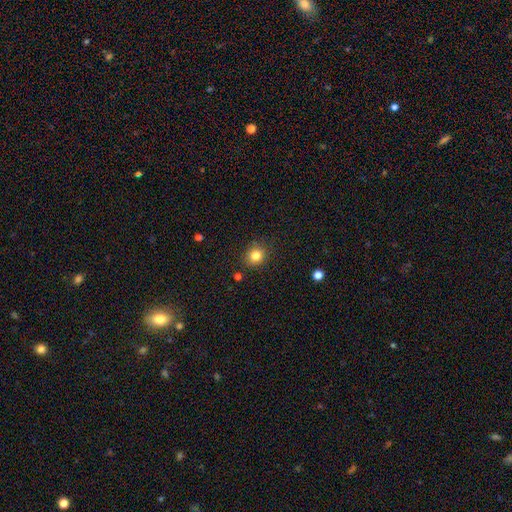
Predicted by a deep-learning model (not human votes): Q: Smooth or featured?
A: smooth (82%); runner-up: star or artifact (12%)
Q: How rounded?
A: round (82%); runner-up: in between (17%)
Q: Merging?
A: none (86%); runner-up: minor disturbance (9%)